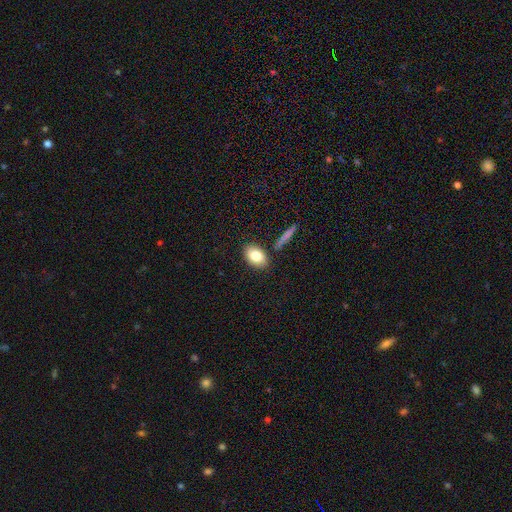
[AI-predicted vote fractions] Smooth or featured?
  - smooth: 81% *
  - featured or disk: 11%
  - star or artifact: 8%
How rounded?
  - in between: 84% *
  - round: 14%
  - cigar-shaped: 2%
Merging?
  - none: 82% *
  - minor disturbance: 10%
  - merger: 6%
  - major disturbance: 3%